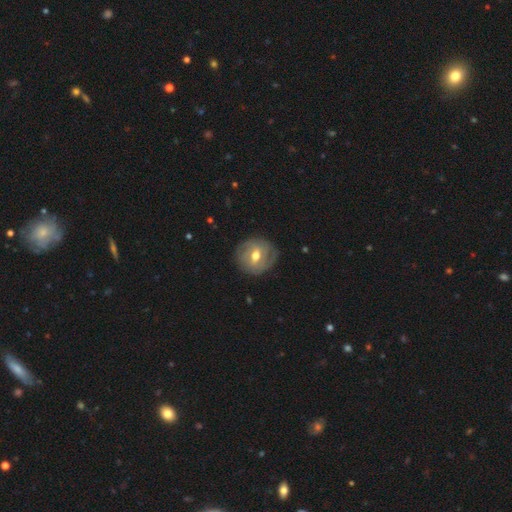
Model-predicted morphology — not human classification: This is likely a featured or disk galaxy (63%). It is clearly not viewed edge-on (95%). Bar: possibly weak (52%). Spiral arm pattern: likely yes (71%). Central bulge: likely moderate (79%). Merging: likely none (79%).